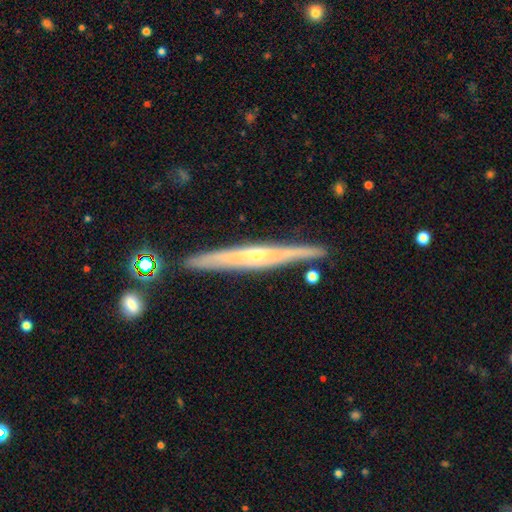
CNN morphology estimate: A featured or disk galaxy (74%) viewed edge-on (95%) with a rounded central bulge (58%). Merging: none (87%).